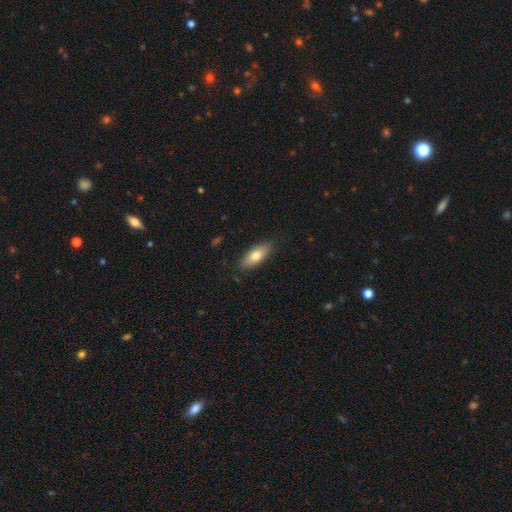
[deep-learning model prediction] smooth-or-featured: smooth: 75% | featured or disk: 19% | star or artifact: 6%
  how-rounded: in between: 73% | cigar-shaped: 24% | round: 3%
  merging: none: 83% | minor disturbance: 14% | major disturbance: 2% | merger: 1%